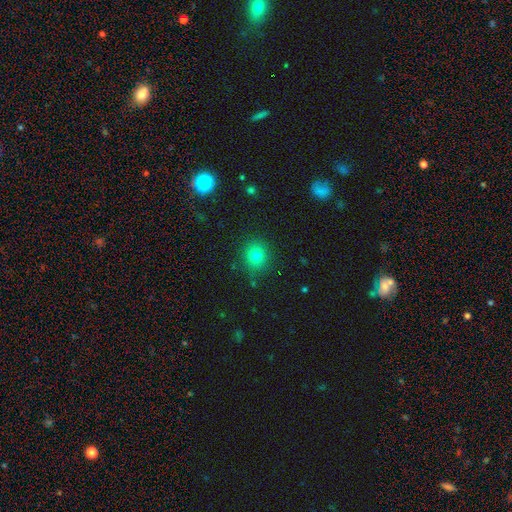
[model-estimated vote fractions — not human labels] Smooth or featured? Predicted: smooth (p=0.78). How rounded? Predicted: round (p=0.81). Merging? Predicted: none (p=0.87).